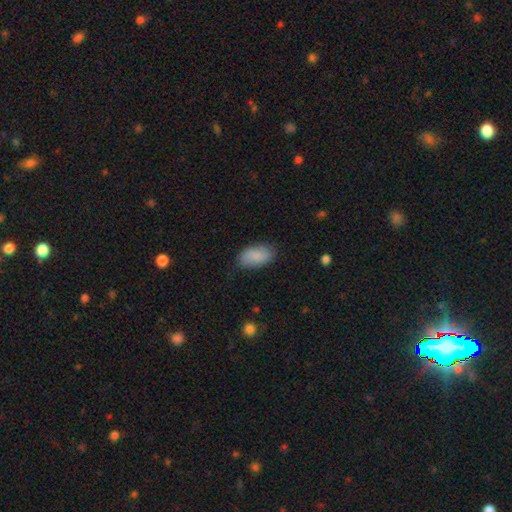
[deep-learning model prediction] smooth 85%, featured or disk 9%, star or artifact 6%. Down the decision tree: how rounded — in between (94%); merging — none (78%).